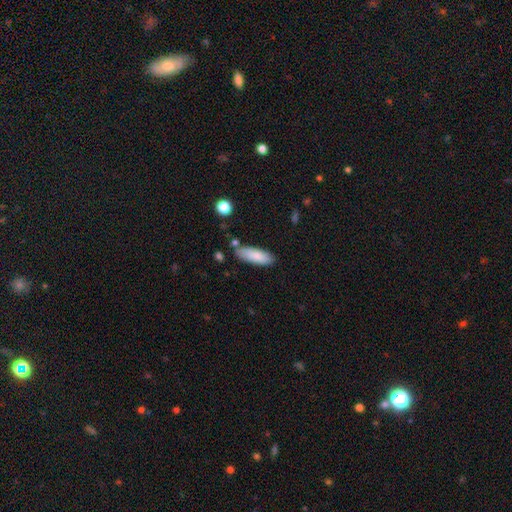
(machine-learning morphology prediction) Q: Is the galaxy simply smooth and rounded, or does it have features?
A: smooth — 84%.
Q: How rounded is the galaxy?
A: in between — 58%.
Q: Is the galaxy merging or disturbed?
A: none — 79%.